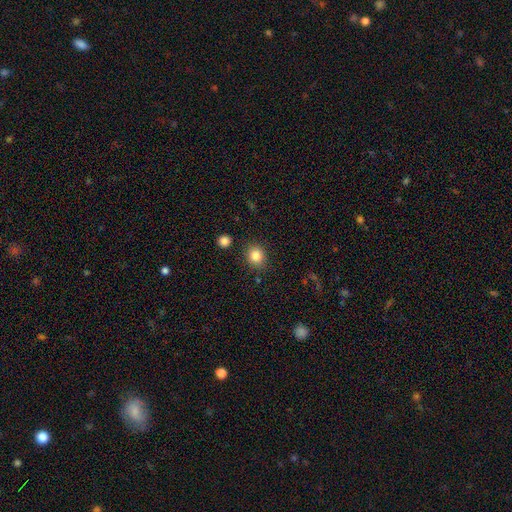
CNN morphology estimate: Smooth or featured?
  - smooth: 84% *
  - star or artifact: 10%
  - featured or disk: 6%
How rounded?
  - round: 79% *
  - in between: 20%
  - cigar-shaped: 1%
Merging?
  - none: 87% *
  - minor disturbance: 8%
  - merger: 3%
  - major disturbance: 3%